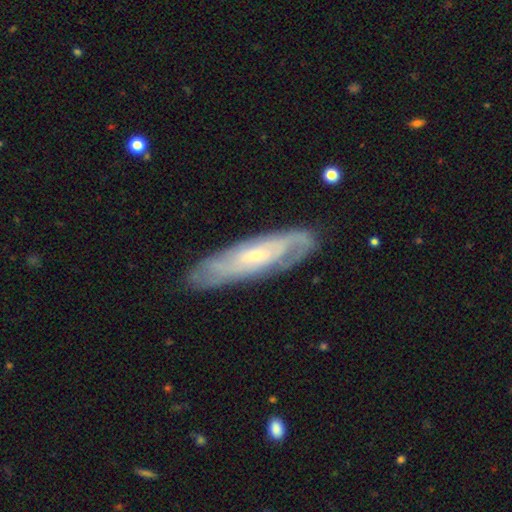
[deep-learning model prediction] This appears to be a featured or disk galaxy (76%) with no bar (59%), tight (62%) spiral arms (89%) and a small central bulge (71%). Merging: none (79%).